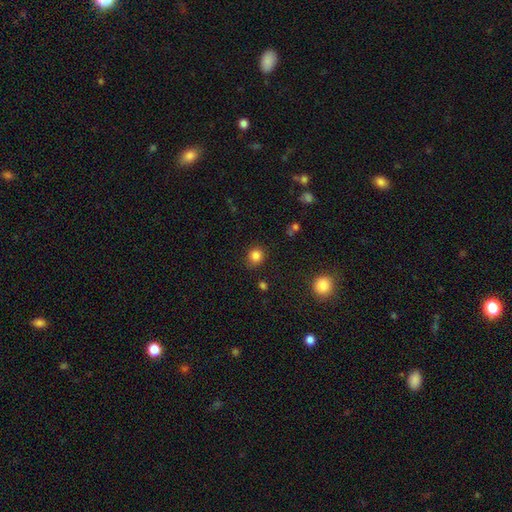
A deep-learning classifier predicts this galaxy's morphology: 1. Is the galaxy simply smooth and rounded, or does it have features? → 84% smooth, 12% star or artifact, 4% featured or disk.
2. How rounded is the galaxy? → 83% round, 16% in between, 1% cigar-shaped.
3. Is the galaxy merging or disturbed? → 84% none, 11% minor disturbance, 3% major disturbance, 2% merger.